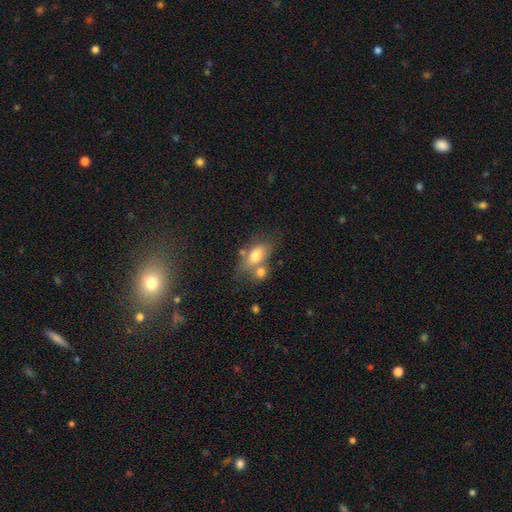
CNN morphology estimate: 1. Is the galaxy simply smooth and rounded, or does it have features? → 72% smooth, 20% featured or disk, 8% star or artifact.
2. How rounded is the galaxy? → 82% in between, 12% round, 6% cigar-shaped.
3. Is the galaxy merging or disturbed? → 40% merger, 38% none, 15% minor disturbance, 7% major disturbance.